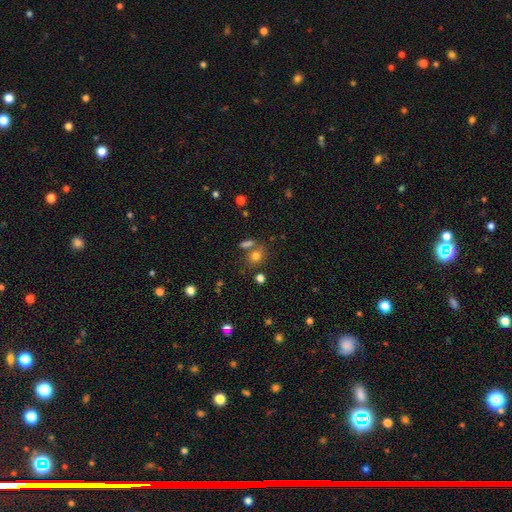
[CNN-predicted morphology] Overall: smooth (75%). How rounded: round (57%; in between 41%). Merging: none (62%).